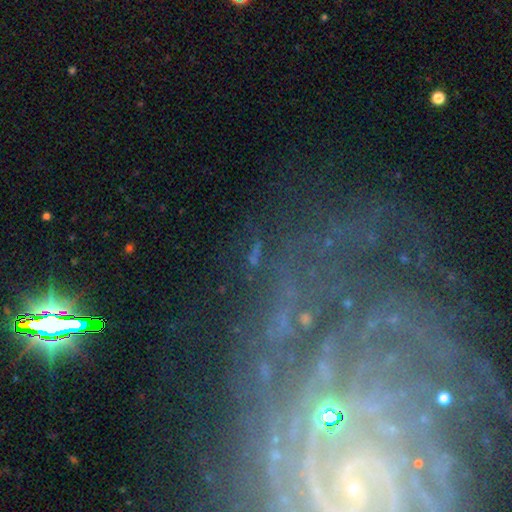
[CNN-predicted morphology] Smooth or featured? star or artifact (43%)